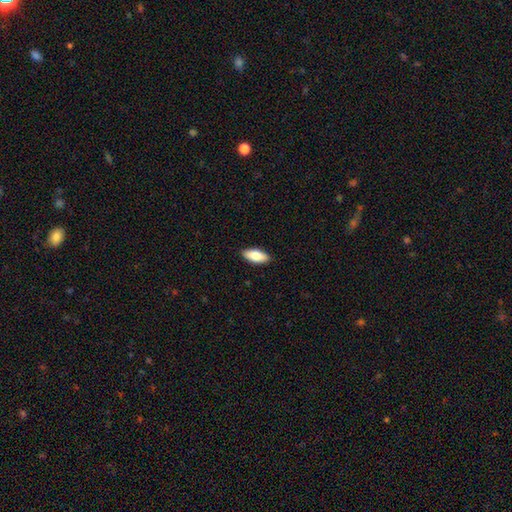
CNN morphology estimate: This appears to be a smooth galaxy with no disk features (82%) that is in between round and cigar-shaped (85%). Merging: none (89%).